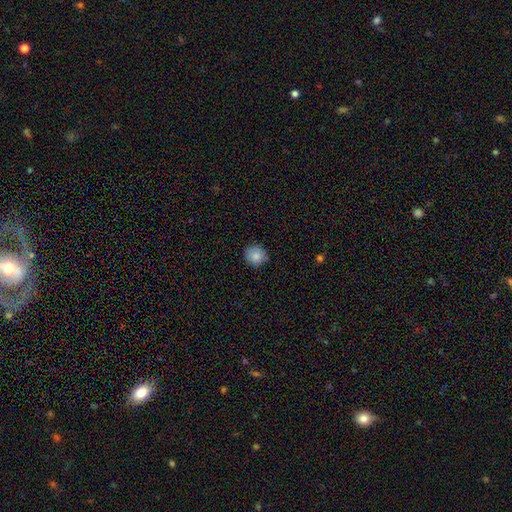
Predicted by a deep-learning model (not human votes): This is clearly a smooth galaxy (85%). How rounded: clearly round (84%). Merging: clearly none (85%).